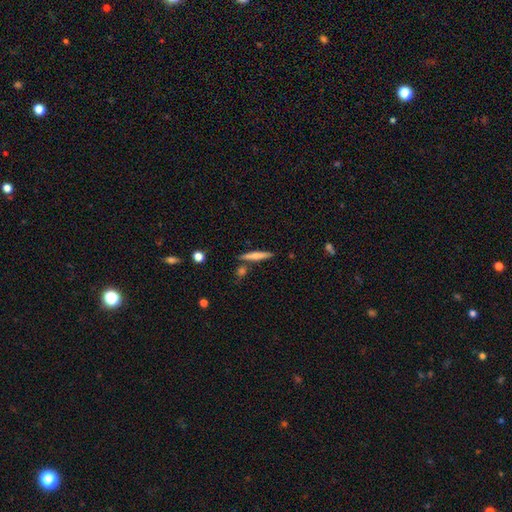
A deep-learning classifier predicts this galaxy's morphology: This is possibly a smooth galaxy (60%). How rounded: clearly cigar-shaped (93%). Merging: clearly none (83%).